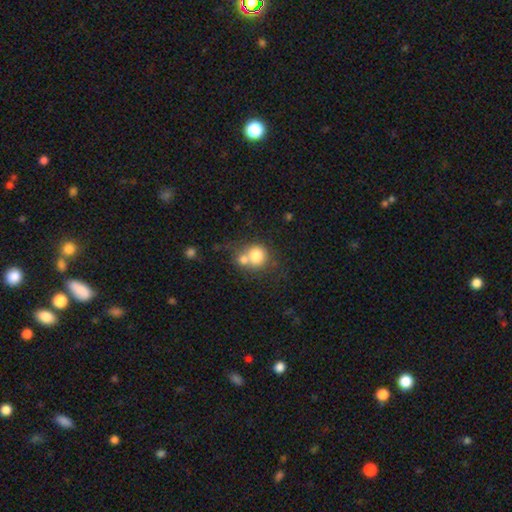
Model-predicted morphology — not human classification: A smooth galaxy with no disk features (76%) that is round (84%). Merging: merger (49%).